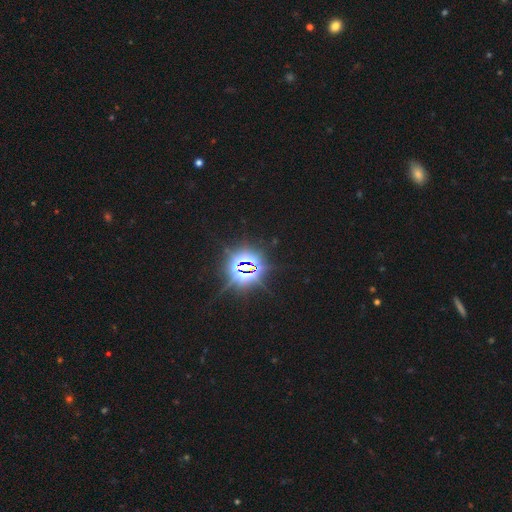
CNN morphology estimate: Q: Smooth or featured?
A: star or artifact (85%); runner-up: smooth (7%)